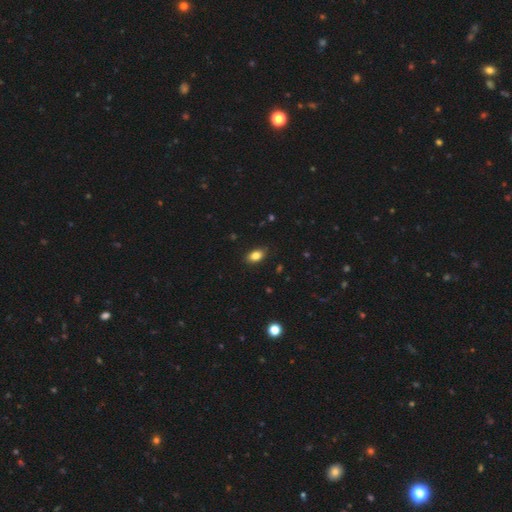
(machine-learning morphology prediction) Smooth or featured: smooth — 84% (star or artifact — 9%)
How rounded: in between — 86% (round — 12%)
Merging: none — 85% (minor disturbance — 12%)